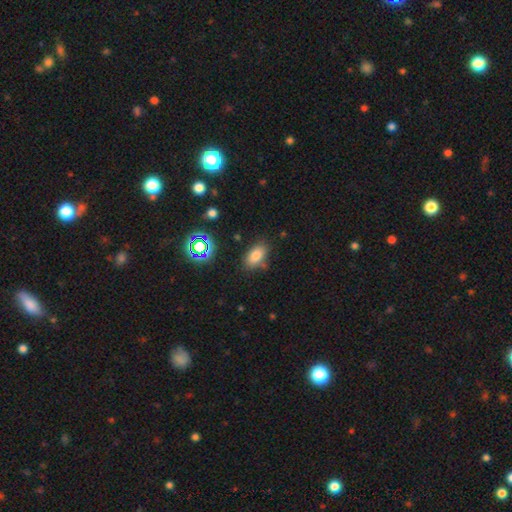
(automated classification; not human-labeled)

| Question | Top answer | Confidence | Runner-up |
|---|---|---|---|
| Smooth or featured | smooth | 78% | star or artifact (14%) |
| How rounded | in between | 88% | round (9%) |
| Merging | none | 76% | minor disturbance (16%) |